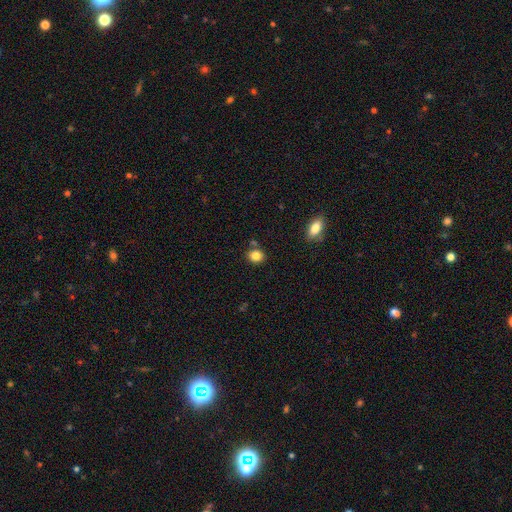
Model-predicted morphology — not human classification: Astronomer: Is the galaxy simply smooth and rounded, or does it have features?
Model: smooth — 84%.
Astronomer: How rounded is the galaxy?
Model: round — 68%.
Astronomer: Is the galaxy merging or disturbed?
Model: none — 77%.